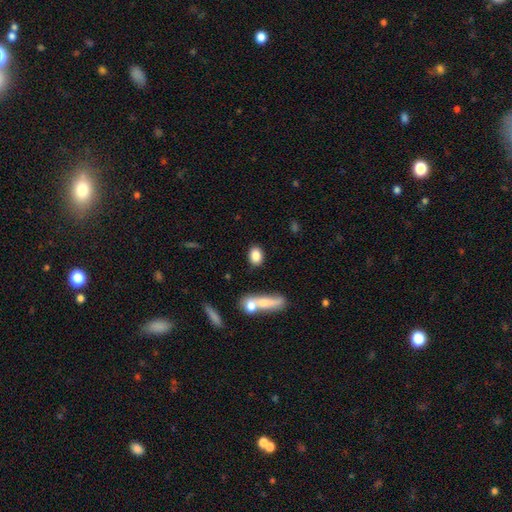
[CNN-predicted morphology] smooth-or-featured: smooth: 85% | star or artifact: 8% | featured or disk: 7%
  how-rounded: in between: 72% | round: 24% | cigar-shaped: 3%
  merging: none: 81% | minor disturbance: 10% | merger: 6% | major disturbance: 3%